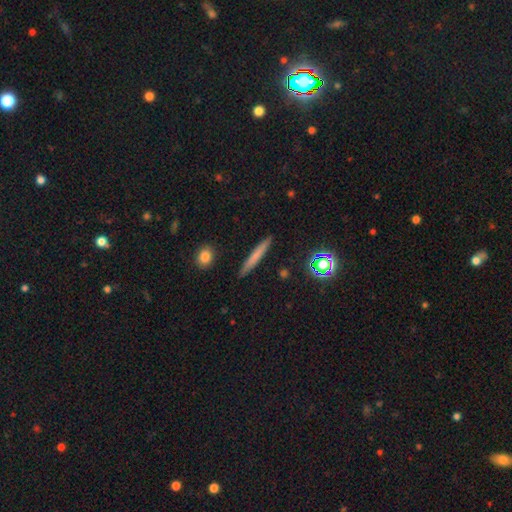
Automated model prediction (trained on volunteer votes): smooth-or-featured: smooth: 67% | featured or disk: 24% | star or artifact: 9%
  how-rounded: cigar-shaped: 94% | in between: 3% | round: 2%
  merging: none: 90% | minor disturbance: 7% | major disturbance: 2% | merger: 1%